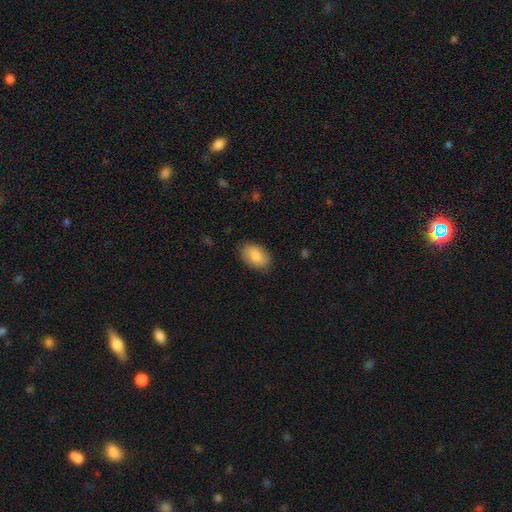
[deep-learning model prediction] smooth 84%, featured or disk 10%, star or artifact 6%. Down the decision tree: how rounded — in between (90%); merging — none (84%).